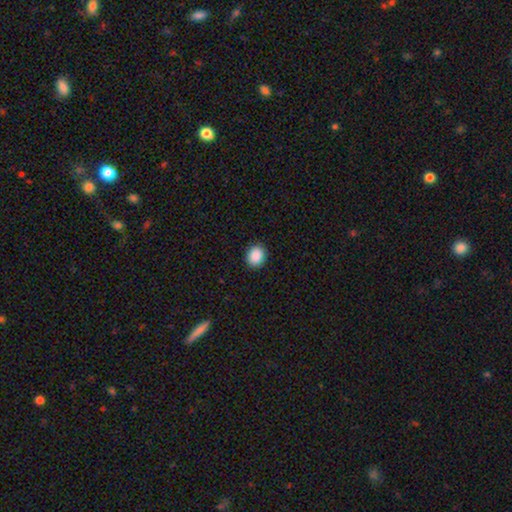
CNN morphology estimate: This appears to be a smooth galaxy with no disk features (89%) that is round (67%). Merging: none (91%).